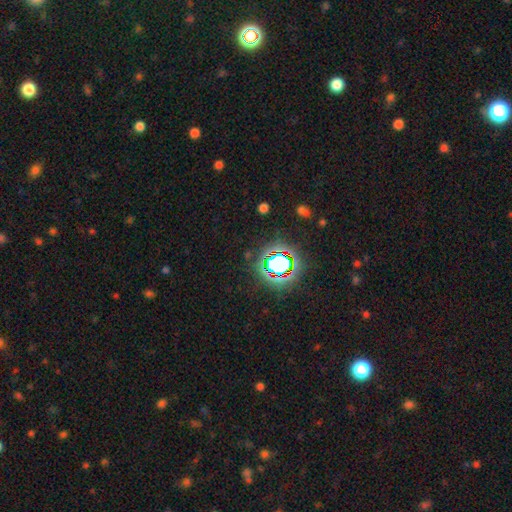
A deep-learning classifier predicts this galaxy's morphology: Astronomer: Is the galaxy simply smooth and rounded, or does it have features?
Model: star or artifact — 82%.